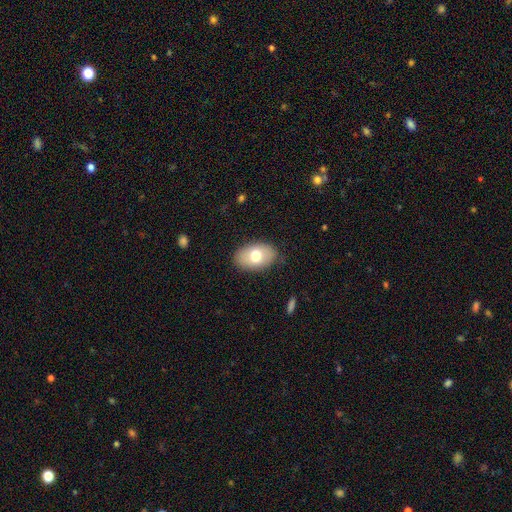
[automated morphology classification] smooth_or_featured: smooth (p=0.71) [alt: featured or disk p=0.22]
how_rounded: in between (p=0.89) [alt: round p=0.09]
merging: none (p=0.83) [alt: minor disturbance p=0.13]